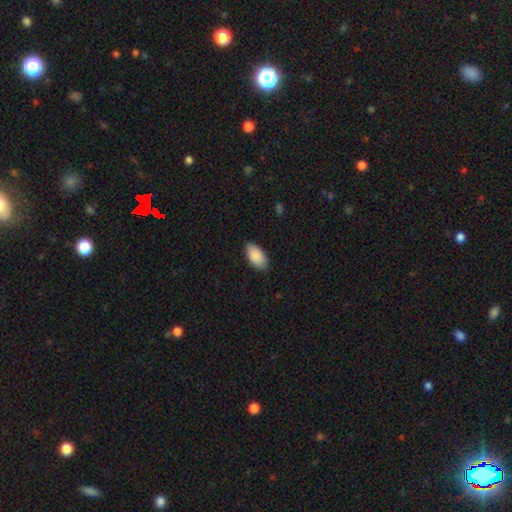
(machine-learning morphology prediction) Q: Smooth or featured?
A: smooth (89%); runner-up: star or artifact (6%)
Q: How rounded?
A: in between (95%); runner-up: cigar-shaped (3%)
Q: Merging?
A: none (84%); runner-up: minor disturbance (13%)